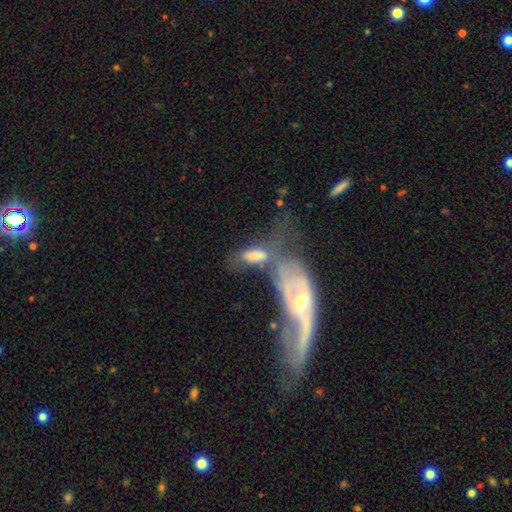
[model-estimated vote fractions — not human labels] smooth-or-featured: smooth: 62% | featured or disk: 29% | star or artifact: 9%
  how-rounded: in between: 76% | cigar-shaped: 19% | round: 4%
  merging: merger: 45% | none: 22% | major disturbance: 18% | minor disturbance: 15%